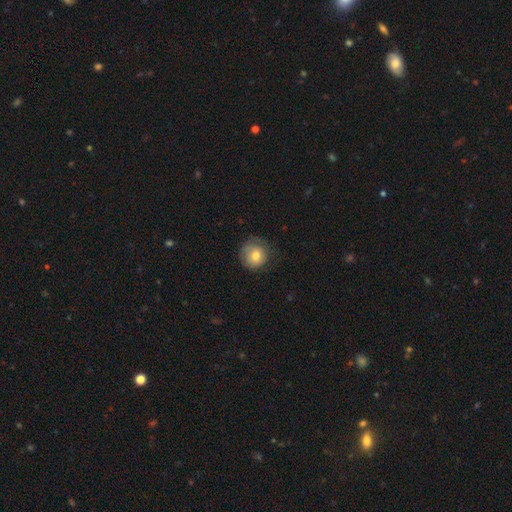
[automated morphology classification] This is likely a smooth galaxy (74%). How rounded: clearly round (88%). Merging: likely none (65%).